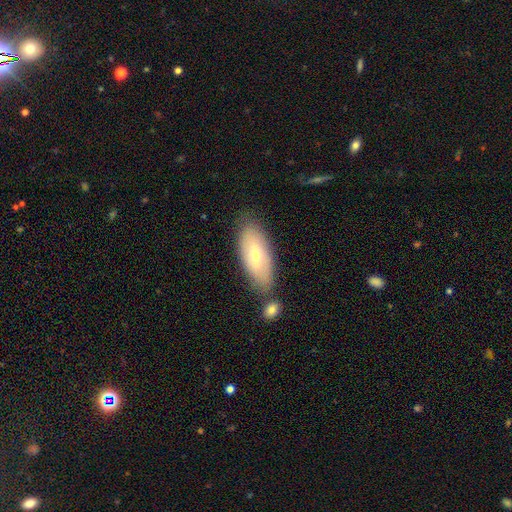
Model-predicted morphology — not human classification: Overall: smooth (55%; featured or disk 39%). How rounded: in between (79%). Merging: none (74%).